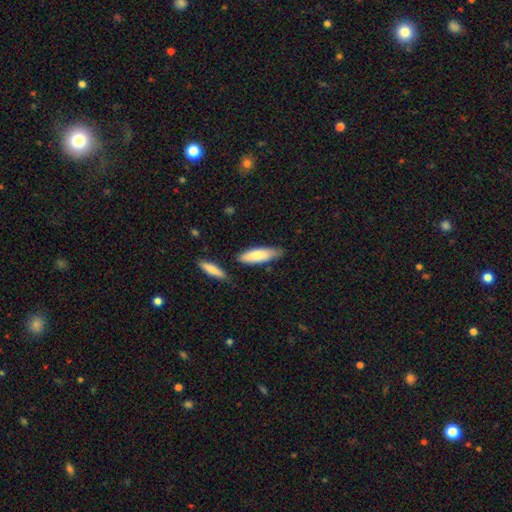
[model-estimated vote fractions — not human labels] The model was most divided on "how rounded": cigar-shaped: 53%, in between: 45%, round: 1%. More confident: smooth or featured — smooth (78%); merging — none (73%).